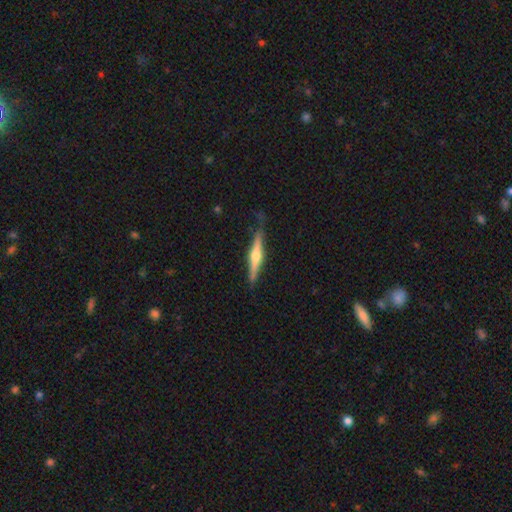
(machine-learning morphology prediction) type=featured or disk (68%); edge-on=yes (97%); edge-on bulge=rounded (90%); merging=none (79%).